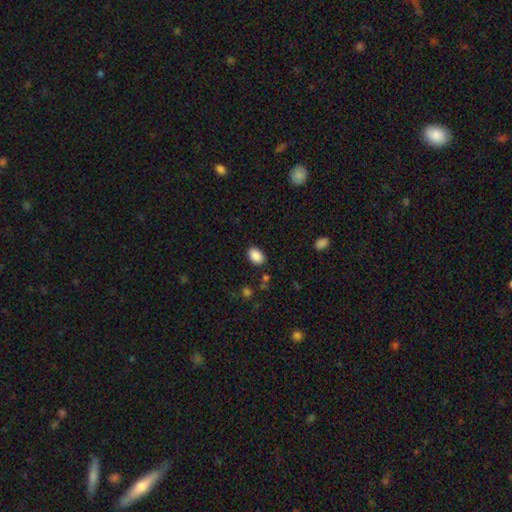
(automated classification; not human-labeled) Overall: smooth (89%). How rounded: in between (84%). Merging: none (85%).